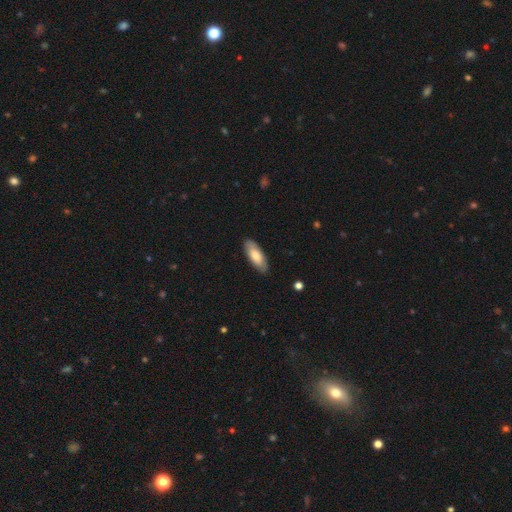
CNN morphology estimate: This appears to be a smooth galaxy with no disk features (74%) that is in between round and cigar-shaped (77%). Merging: none (86%).